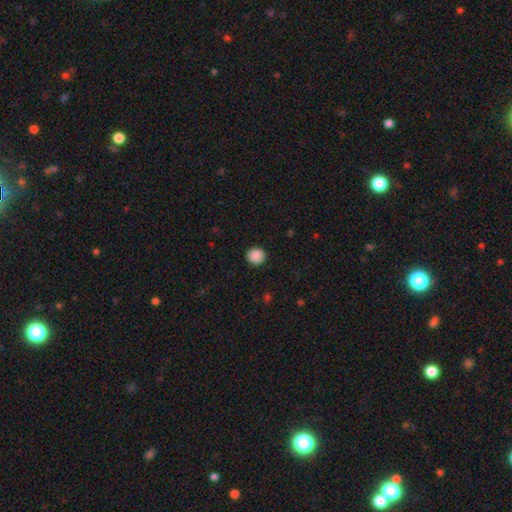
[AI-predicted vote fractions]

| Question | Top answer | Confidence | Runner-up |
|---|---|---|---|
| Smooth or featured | smooth | 89% | star or artifact (9%) |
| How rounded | round | 93% | in between (6%) |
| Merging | none | 92% | minor disturbance (5%) |